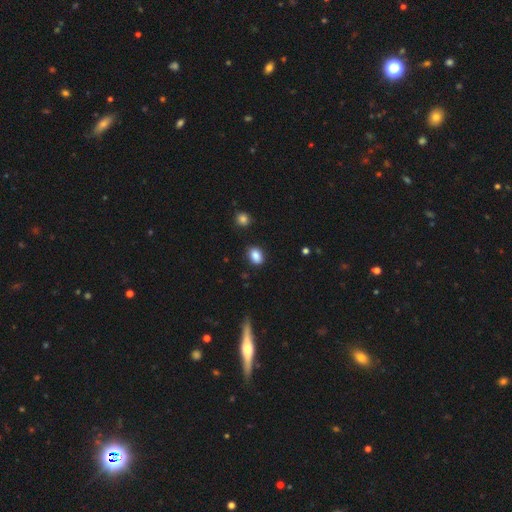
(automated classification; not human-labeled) A smooth galaxy with no disk features (87%) that is in between round and cigar-shaped (78%). Merging: none (83%).